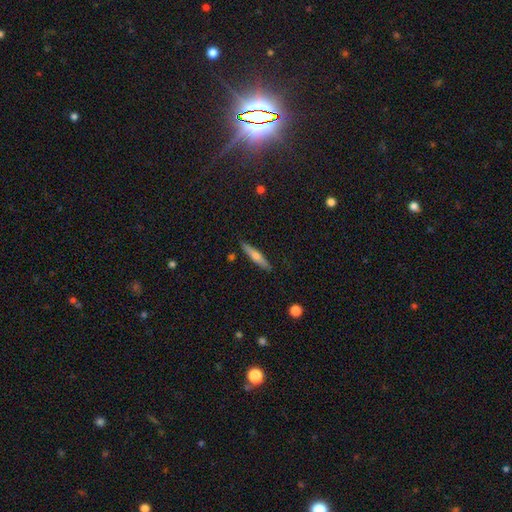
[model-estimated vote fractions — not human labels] Smooth or featured? smooth (49%)
Merging? none (89%)